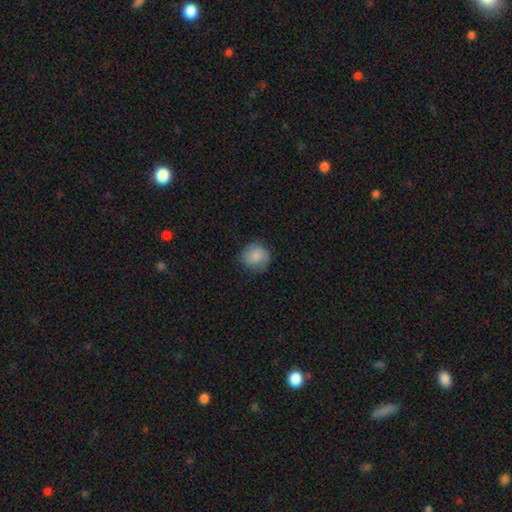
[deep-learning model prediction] Morphology: type=smooth (73%); roundness=round (87%); merging=none (77%).